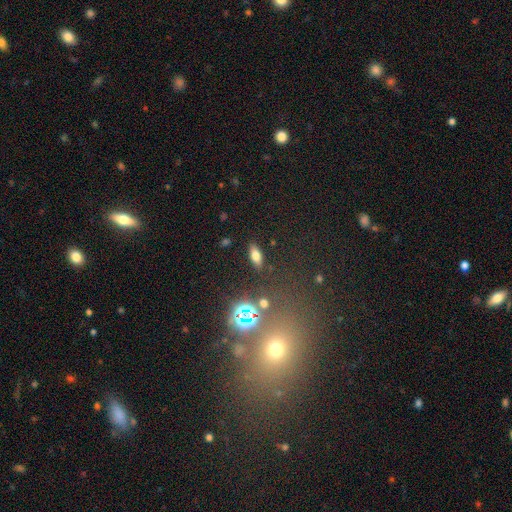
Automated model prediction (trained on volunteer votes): smooth 67%, star or artifact 18%, featured or disk 15%. Down the decision tree: how rounded — in between (75%); merging — none (87%).